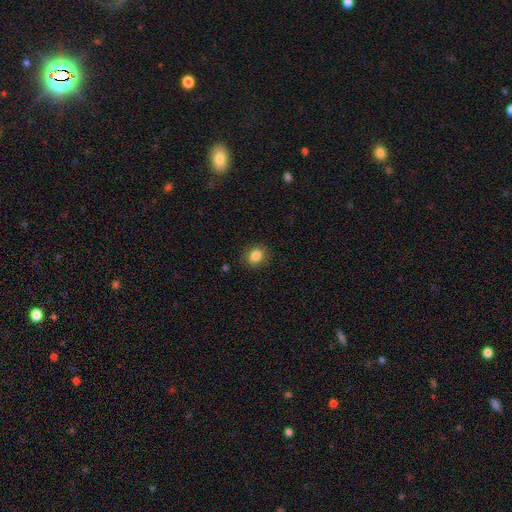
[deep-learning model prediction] This is clearly a smooth galaxy (85%). How rounded: possibly round (52%). Merging: clearly none (87%).